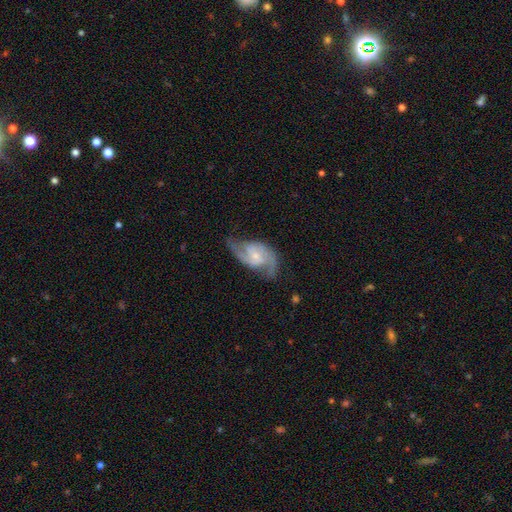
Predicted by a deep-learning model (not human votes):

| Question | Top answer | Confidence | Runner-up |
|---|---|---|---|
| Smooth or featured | featured or disk | 88% | smooth (8%) |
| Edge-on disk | no | 97% | yes (3%) |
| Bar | no | 47% | weak (43%) |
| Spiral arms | yes | 97% | no (3%) |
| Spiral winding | medium | 52% | loose (33%) |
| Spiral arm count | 2 | 90% | can't tell (3%) |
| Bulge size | small | 62% | moderate (27%) |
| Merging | none | 71% | minor disturbance (19%) |